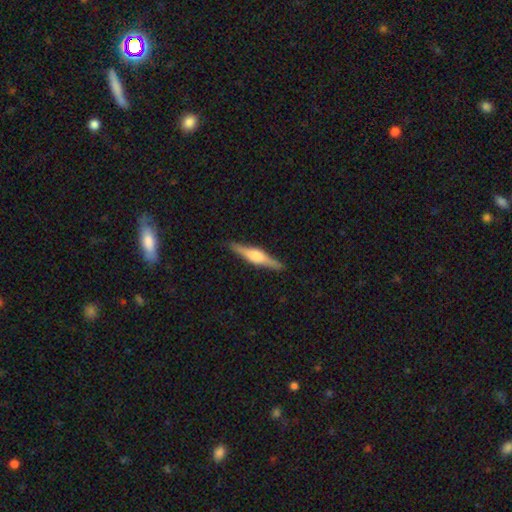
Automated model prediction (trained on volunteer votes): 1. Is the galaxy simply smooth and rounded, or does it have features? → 73% featured or disk, 21% smooth, 6% star or artifact.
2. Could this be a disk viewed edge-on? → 98% yes, 2% no.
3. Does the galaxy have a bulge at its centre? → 84% rounded, 13% boxy, 3% none.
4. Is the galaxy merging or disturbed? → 91% none, 7% minor disturbance, 1% major disturbance, 1% merger.